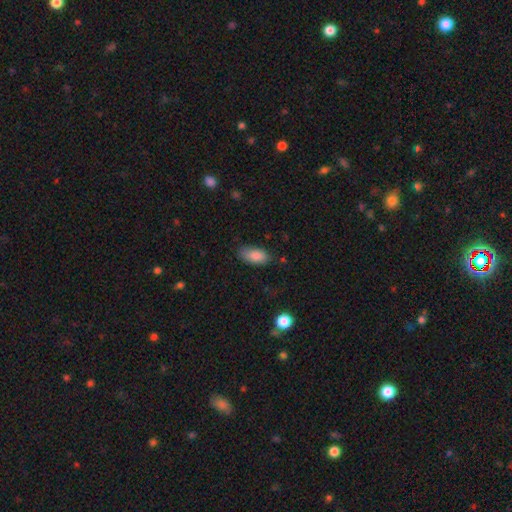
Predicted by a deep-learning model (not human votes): Morphology: type=smooth (87%); roundness=in between (90%); merging=none (76%).